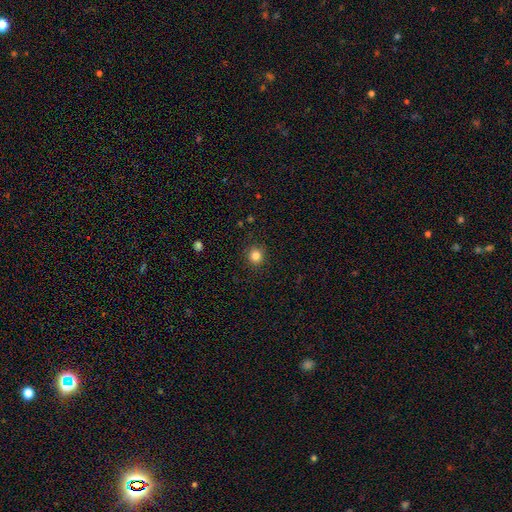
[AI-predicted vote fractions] Smooth or featured?
  - smooth: 83% *
  - star or artifact: 12%
  - featured or disk: 5%
How rounded?
  - round: 91% *
  - in between: 8%
  - cigar-shaped: 1%
Merging?
  - none: 90% *
  - minor disturbance: 7%
  - major disturbance: 2%
  - merger: 1%